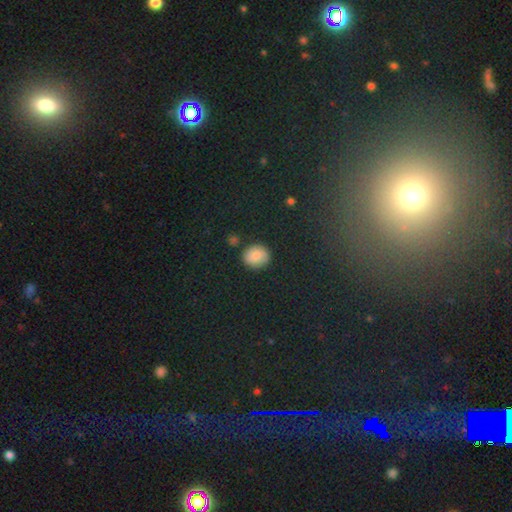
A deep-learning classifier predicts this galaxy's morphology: smooth-or-featured: smooth: 77% | star or artifact: 15% | featured or disk: 8%
  how-rounded: round: 72% | in between: 27% | cigar-shaped: 1%
  merging: none: 82% | minor disturbance: 12% | major disturbance: 3% | merger: 3%